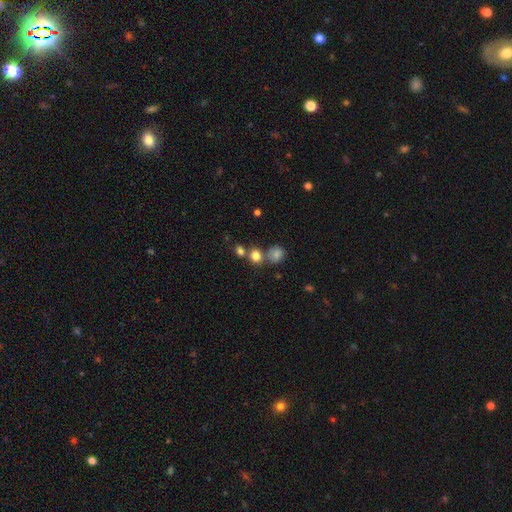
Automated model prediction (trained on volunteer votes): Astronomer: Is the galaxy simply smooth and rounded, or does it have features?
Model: smooth — 78%.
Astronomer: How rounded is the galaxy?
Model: round — 78%.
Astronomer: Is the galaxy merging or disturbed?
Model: none — 59%.